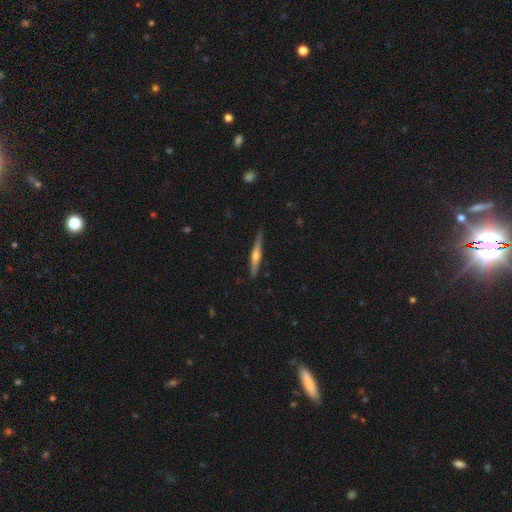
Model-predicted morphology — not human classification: featured or disk 64%, smooth 31%, star or artifact 6%. Down the decision tree: edge-on disk — yes (97%); edge-on bulge — rounded (86%); merging — none (88%).